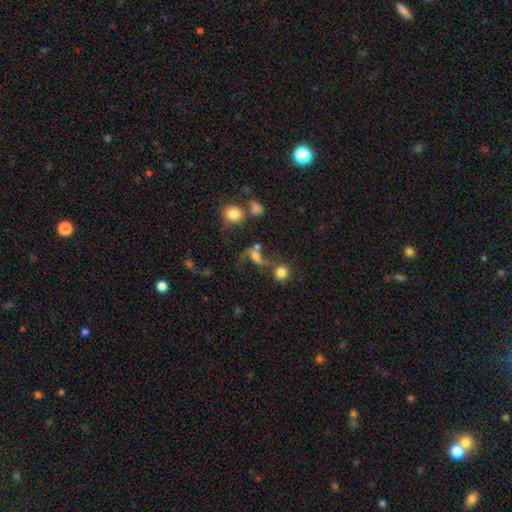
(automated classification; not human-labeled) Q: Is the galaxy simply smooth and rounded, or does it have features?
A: featured or disk — 58%.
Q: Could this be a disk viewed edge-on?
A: no — 94%.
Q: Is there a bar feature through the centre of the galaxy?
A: no — 52%.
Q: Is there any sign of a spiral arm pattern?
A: yes — 86%.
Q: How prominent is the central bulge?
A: moderate — 44%.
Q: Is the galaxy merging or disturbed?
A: none — 43%.